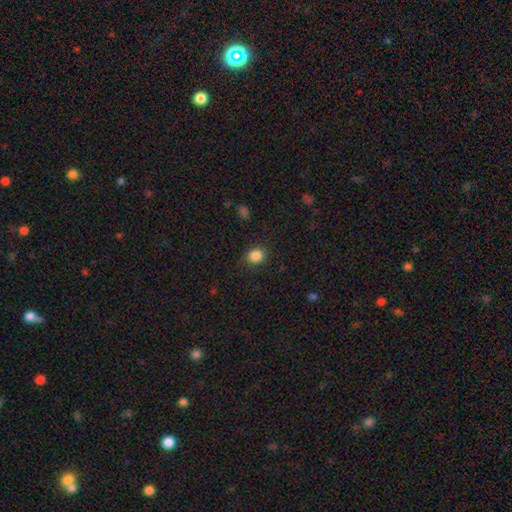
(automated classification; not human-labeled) Smooth or featured?
  - smooth: 85% *
  - star or artifact: 11%
  - featured or disk: 4%
How rounded?
  - round: 67% *
  - in between: 32%
  - cigar-shaped: 1%
Merging?
  - none: 84% *
  - minor disturbance: 12%
  - major disturbance: 4%
  - merger: 1%